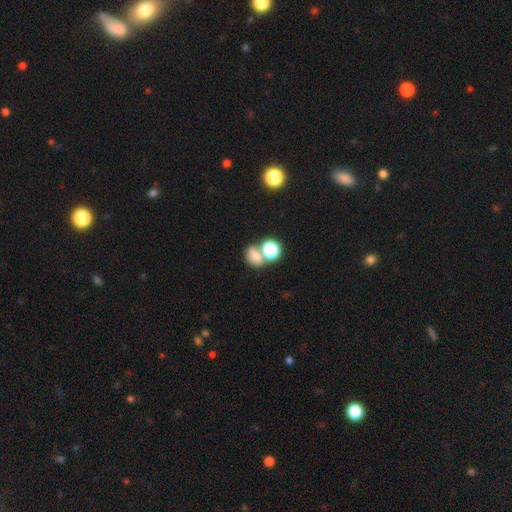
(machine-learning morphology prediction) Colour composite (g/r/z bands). It shows a smooth galaxy with no disk features (70%) that is in between round and cigar-shaped (52%). Merging: merger (44%).